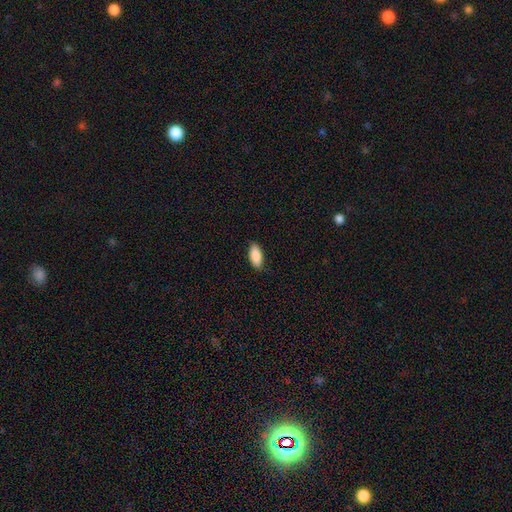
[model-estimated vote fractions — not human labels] Smooth or featured: smooth — 89% (star or artifact — 6%)
How rounded: in between — 88% (cigar-shaped — 10%)
Merging: none — 85% (minor disturbance — 12%)